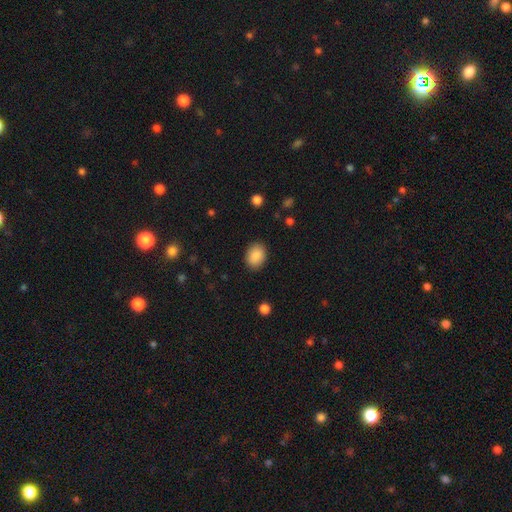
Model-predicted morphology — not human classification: The model was most divided on "how rounded": in between: 65%, round: 34%, cigar-shaped: 1%. More confident: smooth or featured — smooth (89%); merging — none (88%).